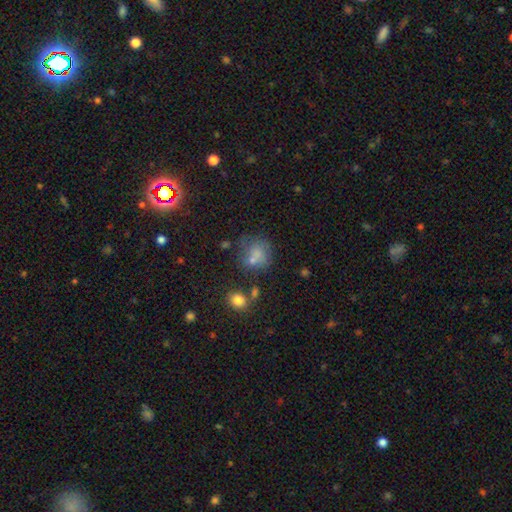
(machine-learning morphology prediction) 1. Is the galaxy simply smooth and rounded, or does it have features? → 66% smooth, 20% featured or disk, 14% star or artifact.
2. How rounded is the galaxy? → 69% round, 30% in between, 1% cigar-shaped.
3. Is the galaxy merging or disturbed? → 44% none, 22% minor disturbance, 18% major disturbance, 16% merger.